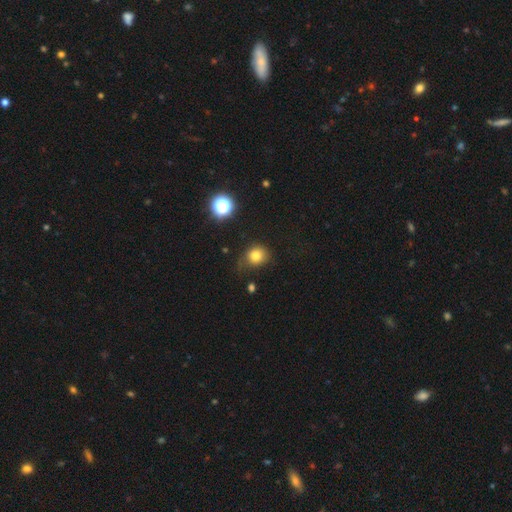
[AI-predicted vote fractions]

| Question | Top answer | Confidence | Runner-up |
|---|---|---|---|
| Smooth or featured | smooth | 78% | star or artifact (14%) |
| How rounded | round | 74% | in between (25%) |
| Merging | none | 60% | minor disturbance (28%) |